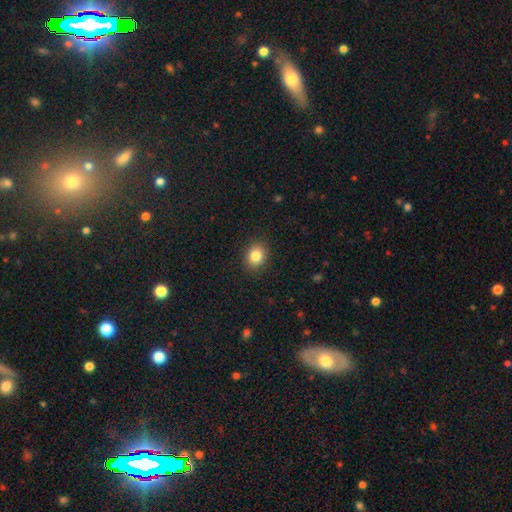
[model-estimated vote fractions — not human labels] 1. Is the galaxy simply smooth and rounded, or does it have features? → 83% smooth, 11% star or artifact, 6% featured or disk.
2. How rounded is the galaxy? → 64% round, 35% in between, 1% cigar-shaped.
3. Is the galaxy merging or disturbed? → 90% none, 7% minor disturbance, 2% major disturbance, 1% merger.